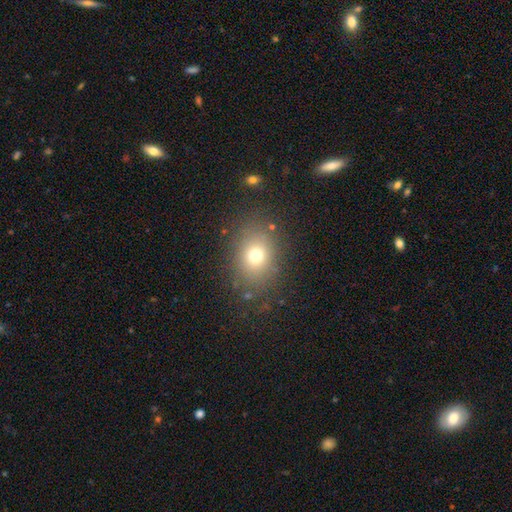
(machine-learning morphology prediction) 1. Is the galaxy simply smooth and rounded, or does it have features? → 72% smooth, 17% star or artifact, 12% featured or disk.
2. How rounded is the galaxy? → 50% in between, 49% round, 1% cigar-shaped.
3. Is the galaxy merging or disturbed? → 82% none, 11% minor disturbance, 6% major disturbance, 2% merger.